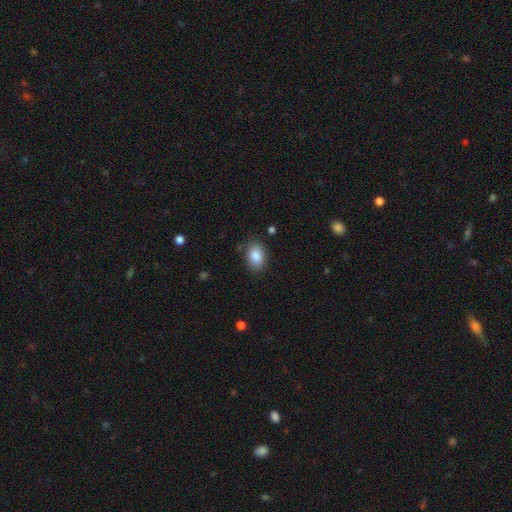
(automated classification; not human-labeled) This is clearly a smooth galaxy (87%). How rounded: clearly in between (83%). Merging: clearly none (83%).